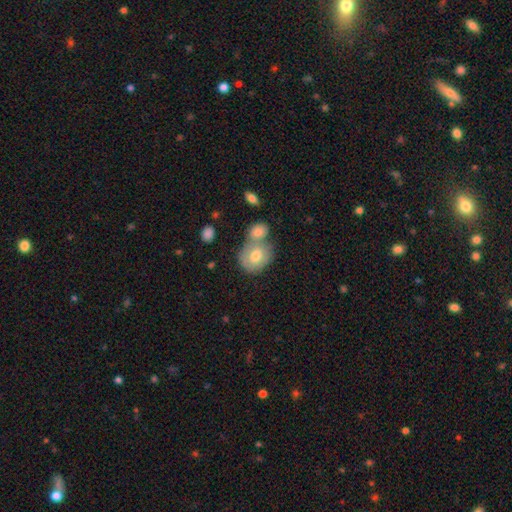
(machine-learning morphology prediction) A smooth galaxy with no disk features (66%) that is round (56%). Merging: merger (48%).